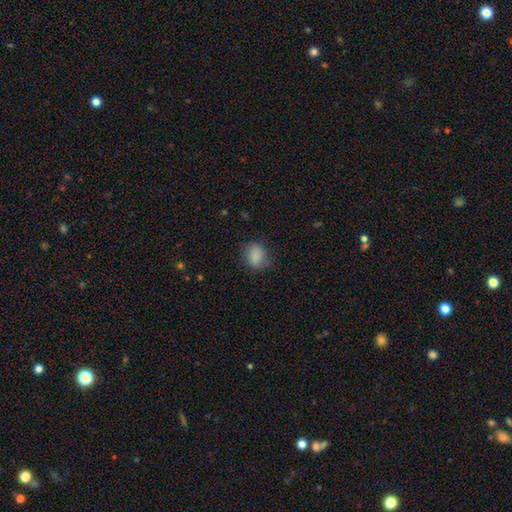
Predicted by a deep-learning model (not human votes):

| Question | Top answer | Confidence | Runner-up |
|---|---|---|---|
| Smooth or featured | smooth | 86% | star or artifact (9%) |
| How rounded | in between | 50% | round (49%) |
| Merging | none | 74% | minor disturbance (19%) |